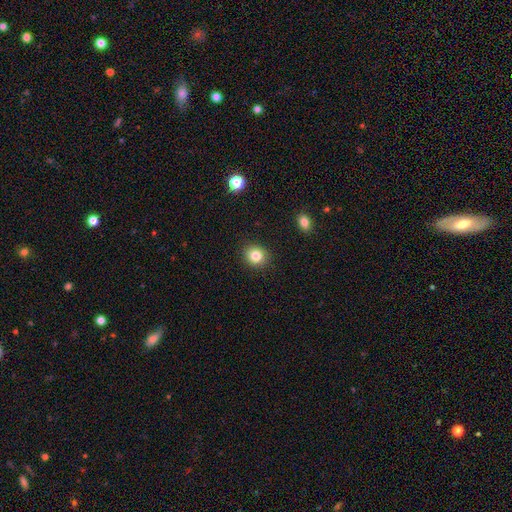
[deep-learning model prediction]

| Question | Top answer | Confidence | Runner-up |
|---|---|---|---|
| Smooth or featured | smooth | 83% | star or artifact (11%) |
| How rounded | round | 80% | in between (19%) |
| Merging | none | 90% | minor disturbance (6%) |